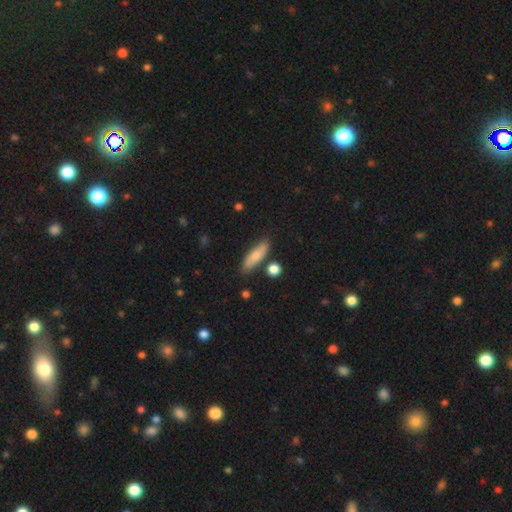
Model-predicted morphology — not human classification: Overall: smooth (76%). How rounded: cigar-shaped (52%; in between 45%). Merging: none (79%).